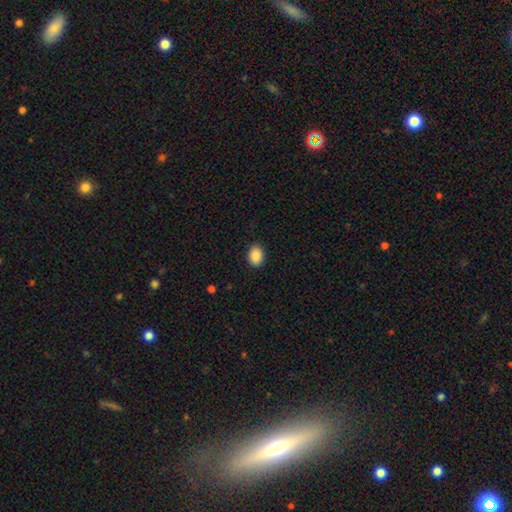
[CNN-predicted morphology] type=smooth (89%); roundness=in between (68%); merging=none (89%).